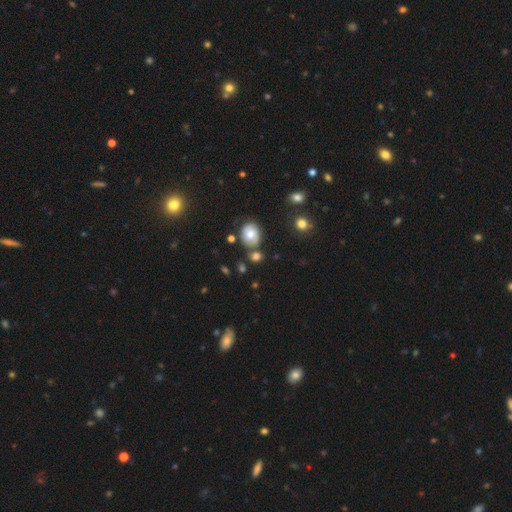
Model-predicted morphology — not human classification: A smooth galaxy with no disk features (61%) that is round (55%). Merging: none (72%).